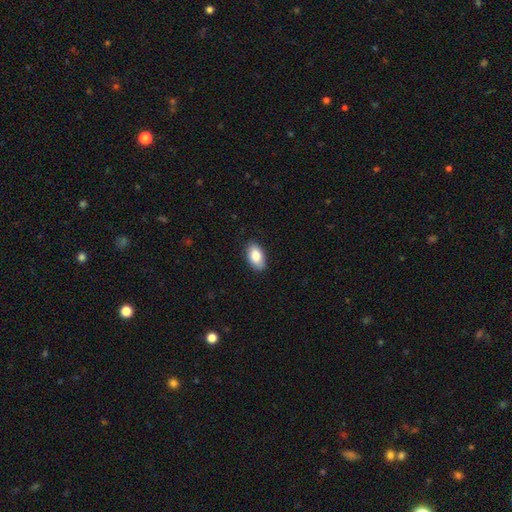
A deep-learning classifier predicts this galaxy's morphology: Overall: smooth (85%). How rounded: in between (94%). Merging: none (85%).